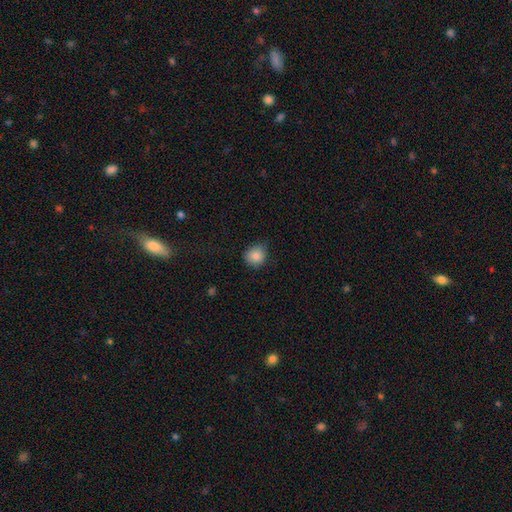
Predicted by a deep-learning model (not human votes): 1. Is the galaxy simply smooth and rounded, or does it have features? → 86% smooth, 10% star or artifact, 4% featured or disk.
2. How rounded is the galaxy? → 83% round, 16% in between, 1% cigar-shaped.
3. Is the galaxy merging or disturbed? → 76% none, 20% minor disturbance, 3% major disturbance, 1% merger.